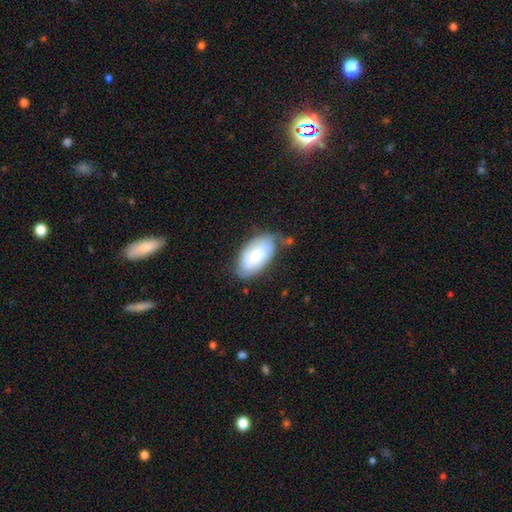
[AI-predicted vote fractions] Smooth or featured? Predicted: smooth (p=0.49). Merging? Predicted: none (p=0.60).